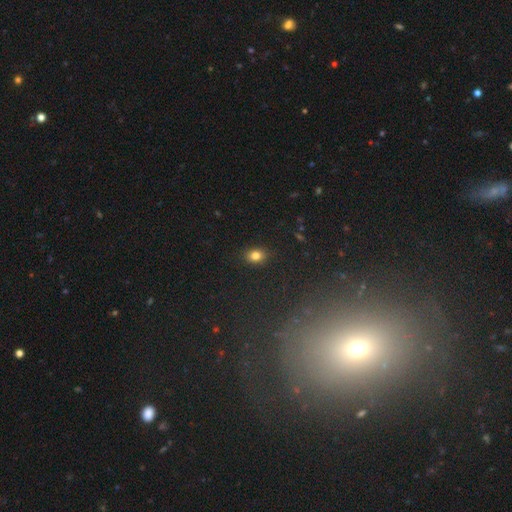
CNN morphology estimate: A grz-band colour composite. It shows a smooth galaxy with no disk features (81%) that is in between round and cigar-shaped (63%). Merging: none (88%).